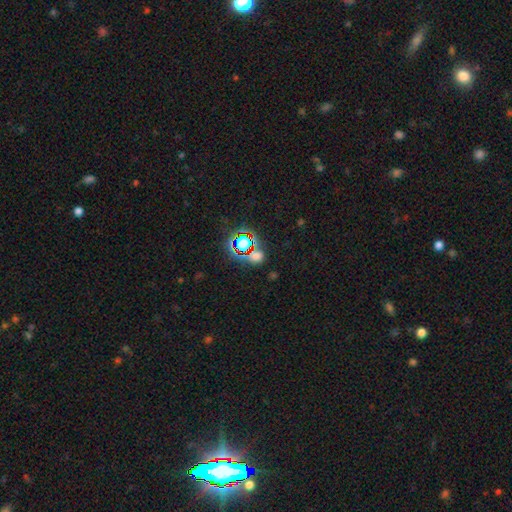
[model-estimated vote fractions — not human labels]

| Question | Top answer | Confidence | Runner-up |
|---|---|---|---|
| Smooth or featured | smooth | 46% | star or artifact (45%) |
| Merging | none | 68% | merger (14%) |